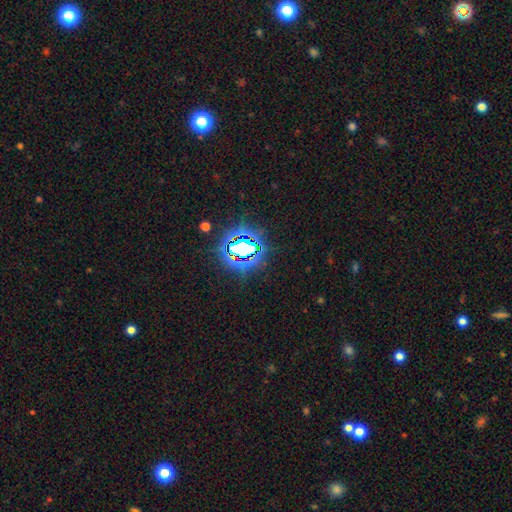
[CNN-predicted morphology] Overall: star or artifact (82%).